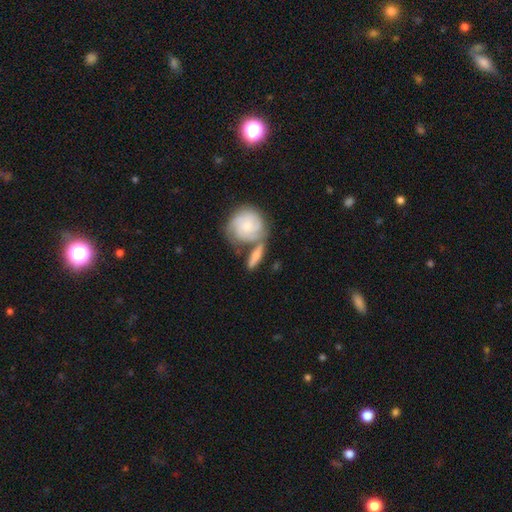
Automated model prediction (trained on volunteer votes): A smooth galaxy with no disk features (50%) that is in between round and cigar-shaped (49%). Merging: none (47%).